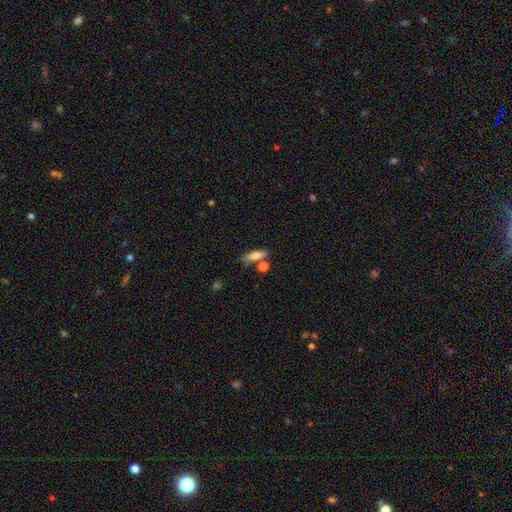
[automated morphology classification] This appears to be a smooth galaxy with no disk features (72%) that is cigar-shaped (56%). Merging: none (68%).